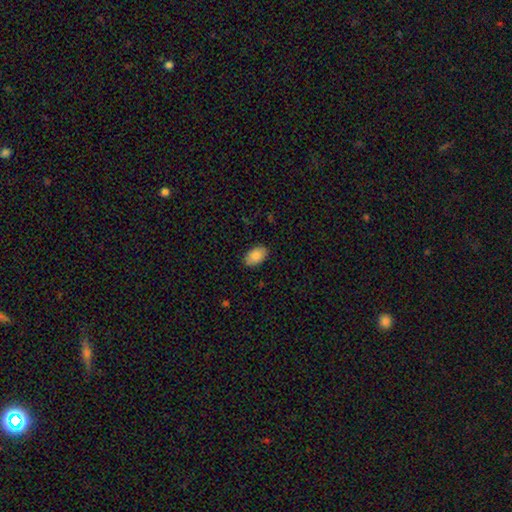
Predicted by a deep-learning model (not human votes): Smooth or featured?
  - smooth: 88% *
  - star or artifact: 7%
  - featured or disk: 6%
How rounded?
  - in between: 92% *
  - round: 6%
  - cigar-shaped: 1%
Merging?
  - none: 87% *
  - minor disturbance: 10%
  - major disturbance: 2%
  - merger: 1%